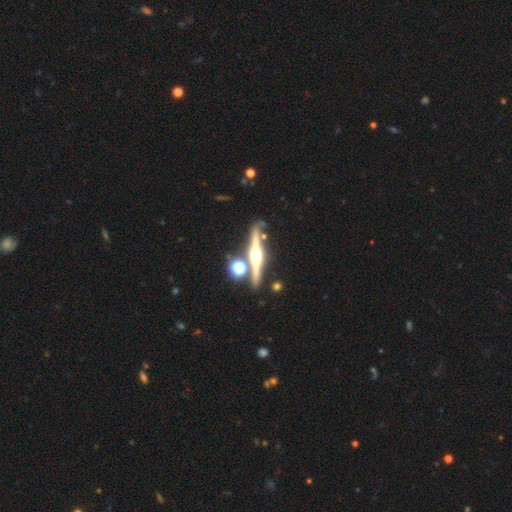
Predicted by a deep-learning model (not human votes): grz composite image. It shows a featured or disk galaxy (83%) viewed edge-on (96%) with a rounded central bulge (96%). Merging: none (78%).